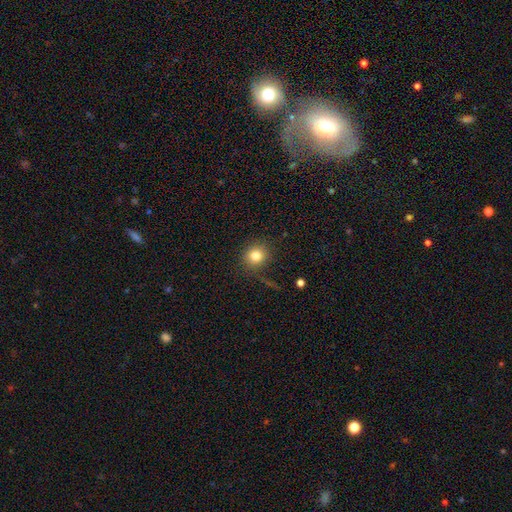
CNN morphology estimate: A smooth galaxy with no disk features (80%) that is round (86%).

Vote fractions:
- Smooth or featured? smooth: 80% / star or artifact: 12% / featured or disk: 7%
- How rounded? round: 86% / in between: 13% / cigar-shaped: 1%
- Merging? none: 86% / minor disturbance: 9% / major disturbance: 3% / merger: 2%